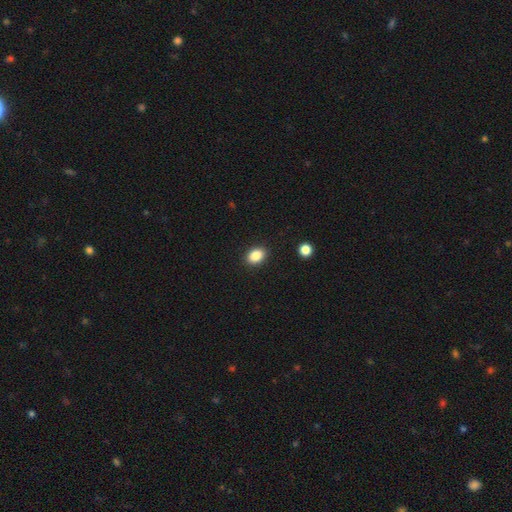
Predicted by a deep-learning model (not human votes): Smooth or featured? Predicted: smooth (p=0.86). How rounded? Predicted: in between (p=0.73). Merging? Predicted: none (p=0.90).